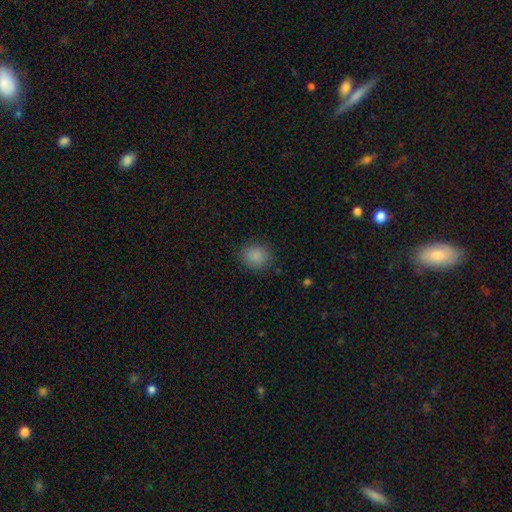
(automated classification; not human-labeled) Smooth or featured? Predicted: smooth (p=0.87). How rounded? Predicted: round (p=0.75). Merging? Predicted: none (p=0.86).